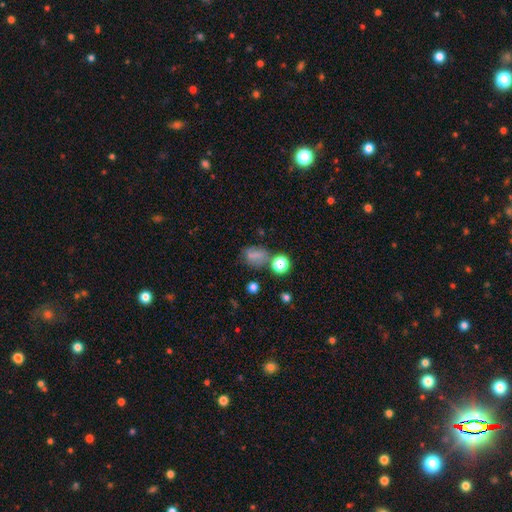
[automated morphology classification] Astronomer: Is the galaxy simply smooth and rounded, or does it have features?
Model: smooth — 66%.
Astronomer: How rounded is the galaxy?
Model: in between — 58% (runner-up: round, 39%).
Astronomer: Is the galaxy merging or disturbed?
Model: none — 56%.